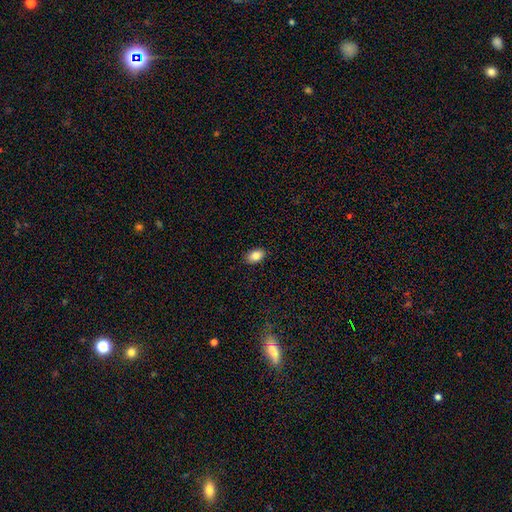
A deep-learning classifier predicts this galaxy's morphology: smooth-or-featured: smooth: 86% | star or artifact: 8% | featured or disk: 6%
  how-rounded: in between: 88% | round: 11% | cigar-shaped: 1%
  merging: none: 89% | minor disturbance: 8% | major disturbance: 2% | merger: 1%